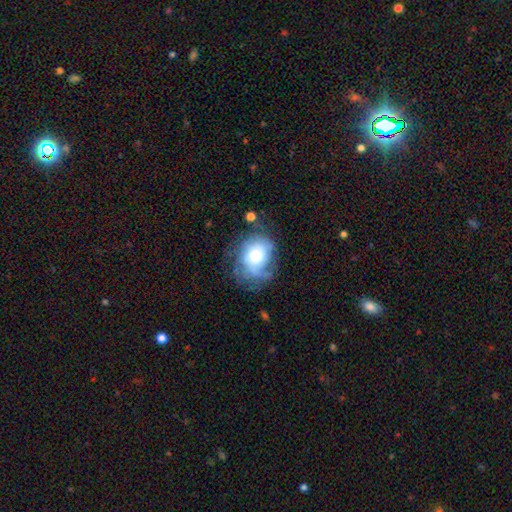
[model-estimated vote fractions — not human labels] This appears to be a featured or disk galaxy (62%) with no bar (77%), spiral arms (83%) and a moderate central bulge (54%). Merging: none (55%).